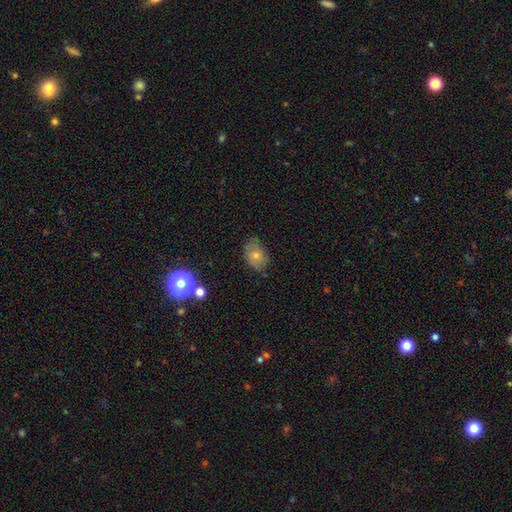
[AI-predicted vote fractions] Smooth or featured? smooth (72%)
How rounded? in between (72%)
Merging? none (68%)